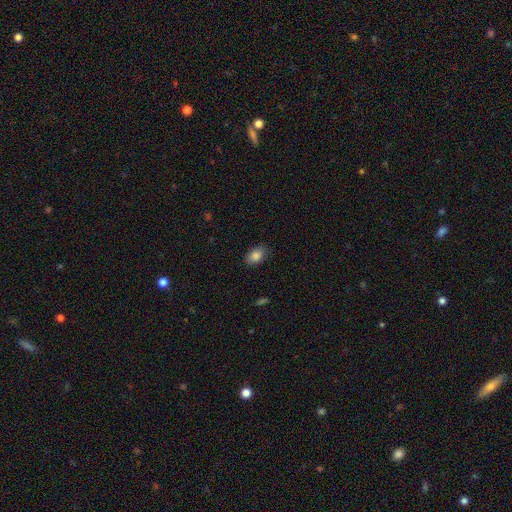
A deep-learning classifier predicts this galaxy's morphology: Smooth or featured? smooth (85%)
How rounded? in between (84%)
Merging? none (84%)